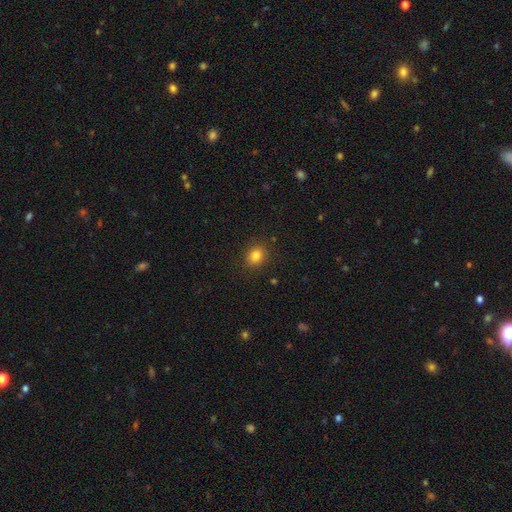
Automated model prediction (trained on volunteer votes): Smooth or featured: smooth — 83% (star or artifact — 12%)
How rounded: round — 63% (in between — 36%)
Merging: none — 88% (minor disturbance — 8%)